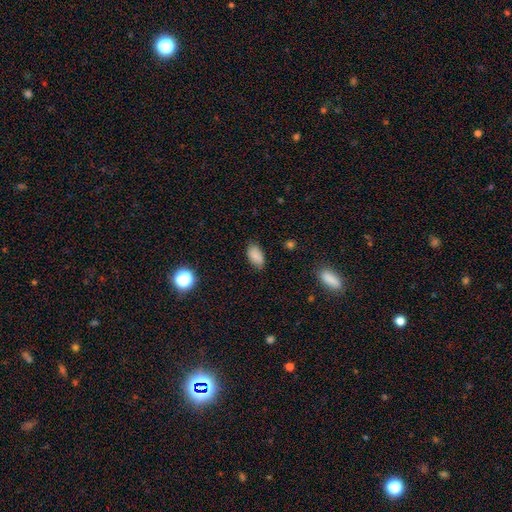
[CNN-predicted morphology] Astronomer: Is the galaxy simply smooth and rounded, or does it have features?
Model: smooth — 86%.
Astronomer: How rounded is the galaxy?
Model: in between — 93%.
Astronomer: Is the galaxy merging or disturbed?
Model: none — 81%.